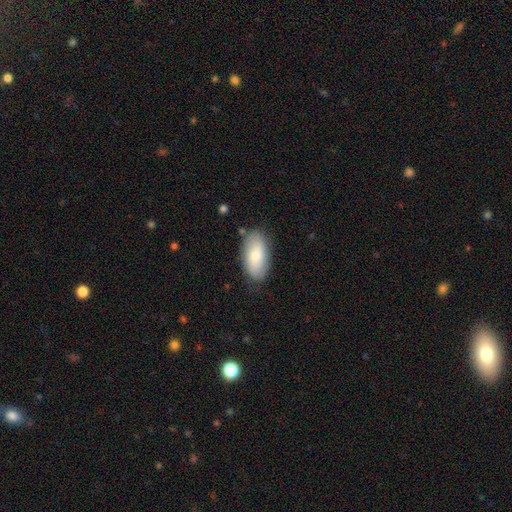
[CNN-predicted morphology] A smooth galaxy with no disk features (75%) that is in between round and cigar-shaped (93%).

Vote fractions:
- Smooth or featured? smooth: 75% / featured or disk: 19% / star or artifact: 6%
- How rounded? in between: 93% / cigar-shaped: 4% / round: 3%
- Merging? none: 81% / minor disturbance: 14% / major disturbance: 3% / merger: 2%